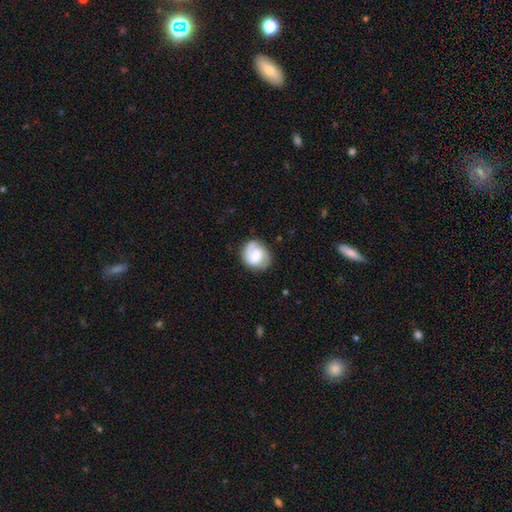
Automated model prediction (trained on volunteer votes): This appears to be a featured or disk galaxy (50%). Merging: none (75%).